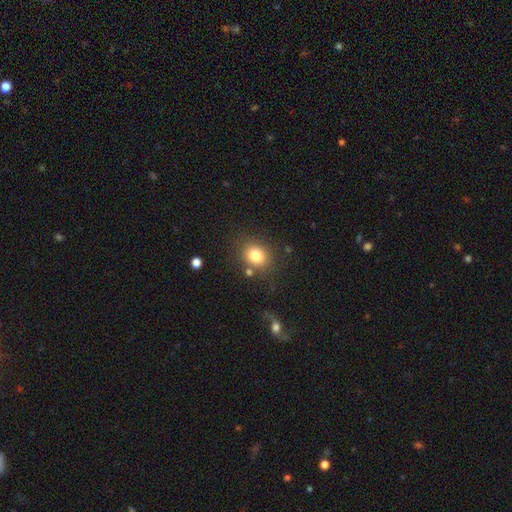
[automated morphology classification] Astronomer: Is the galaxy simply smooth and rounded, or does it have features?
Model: smooth — 80%.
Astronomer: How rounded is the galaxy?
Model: round — 60% (runner-up: in between, 39%).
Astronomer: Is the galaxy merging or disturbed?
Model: none — 77%.